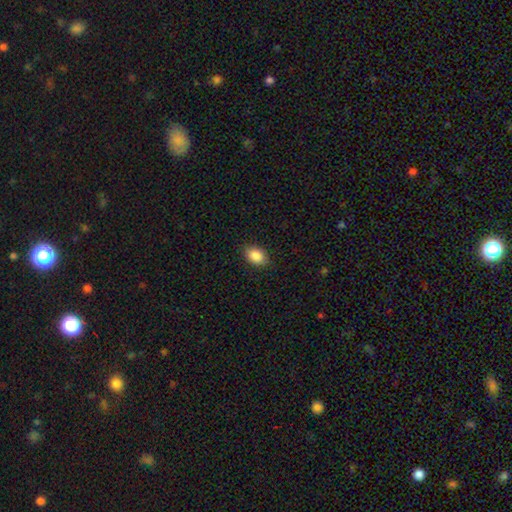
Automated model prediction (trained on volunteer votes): A smooth galaxy with no disk features (87%) that is in between round and cigar-shaped (80%). Merging: none (87%).